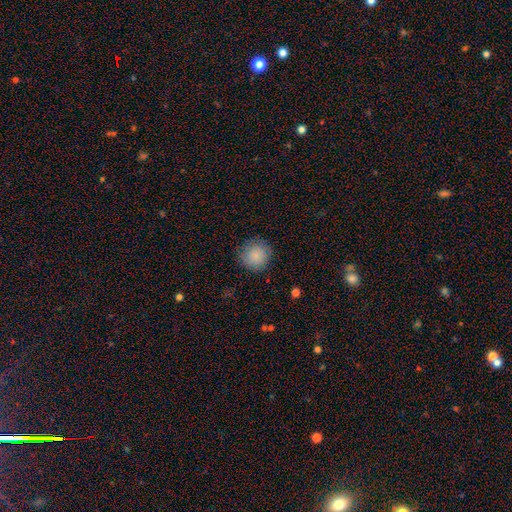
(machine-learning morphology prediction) type=smooth (87%); roundness=round (93%); merging=none (85%).